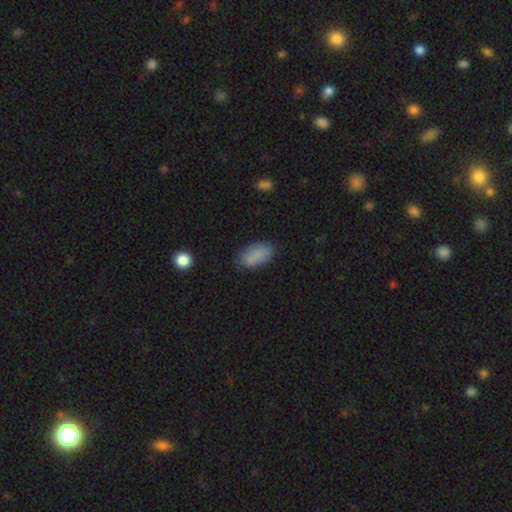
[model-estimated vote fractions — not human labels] The model was most divided on "merging": none: 77%, minor disturbance: 17%, major disturbance: 4%, merger: 2%. More confident: how rounded — in between (93%); smooth or featured — smooth (85%).